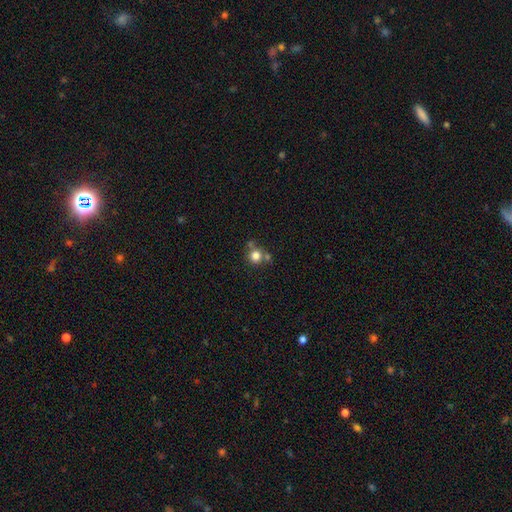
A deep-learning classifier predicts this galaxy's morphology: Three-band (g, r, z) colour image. It shows a smooth galaxy with no disk features (79%) that is round (90%). Merging: none (60%).